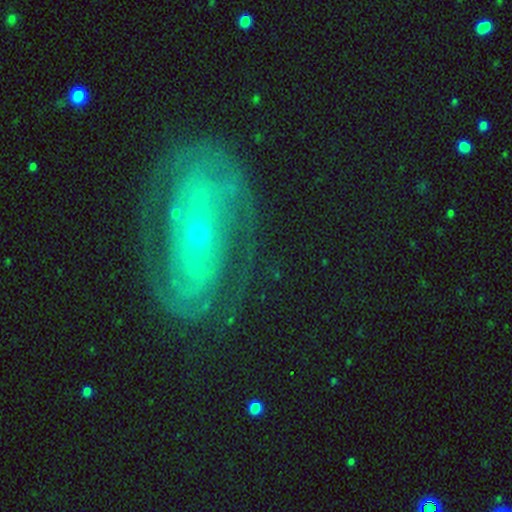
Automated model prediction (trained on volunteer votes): Overall: featured or disk (82%). Edge-on disk: no (93%). Bar: weak (35%; strong 34%). Spiral arms: yes (88%). Spiral arm count: 2 (45%; can't tell 29%). Spiral winding: tight (58%; medium 31%). Bulge size: small (79%). Merging: none (74%).